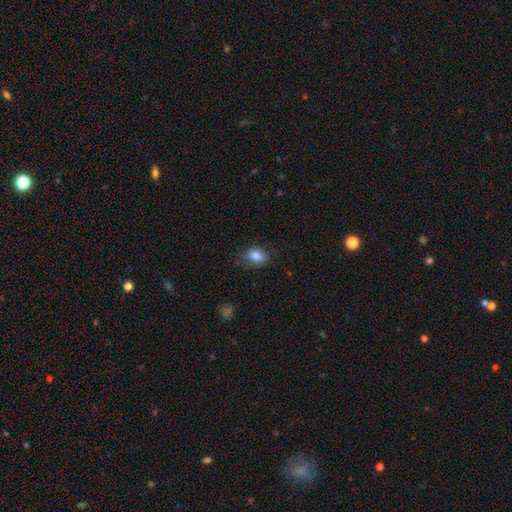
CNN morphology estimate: smooth 85%, star or artifact 9%, featured or disk 6%. Down the decision tree: how rounded — in between (67%); merging — none (69%).